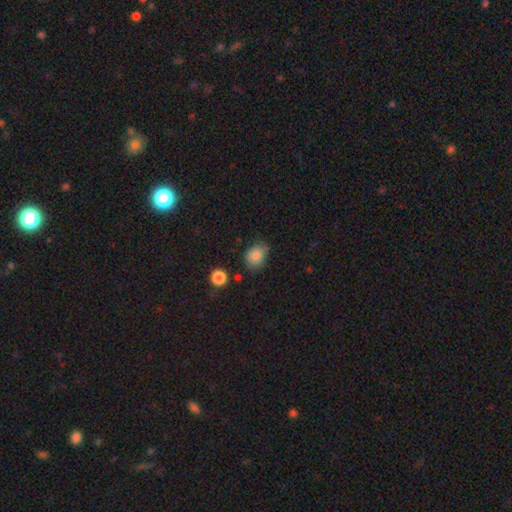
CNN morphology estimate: Smooth or featured: smooth — 81% (star or artifact — 10%)
How rounded: in between — 54% (round — 45%)
Merging: none — 63% (minor disturbance — 29%)